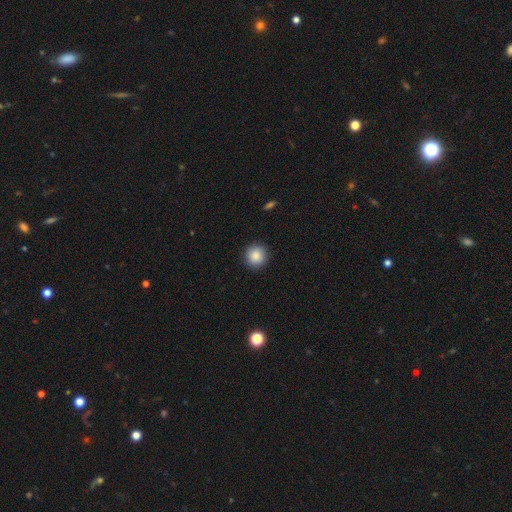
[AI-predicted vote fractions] This is clearly a smooth galaxy (87%). How rounded: clearly round (94%). Merging: clearly none (92%).